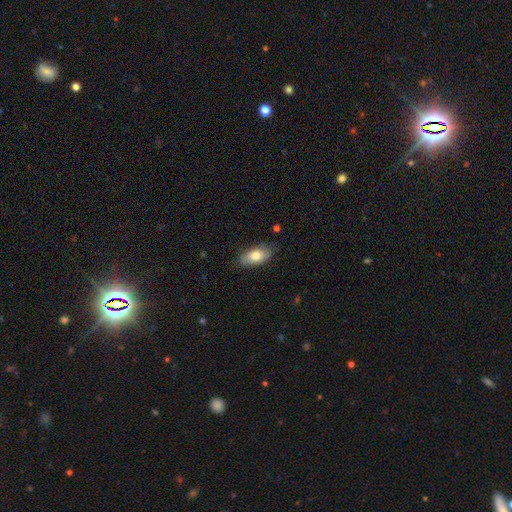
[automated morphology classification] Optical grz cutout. It shows a smooth galaxy with no disk features (75%) that is in between round and cigar-shaped (91%). Merging: none (79%).